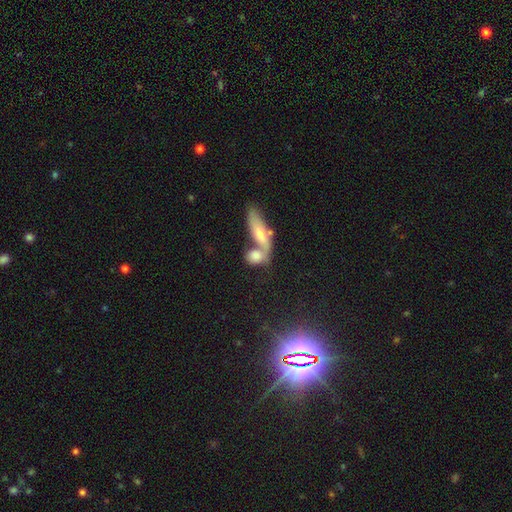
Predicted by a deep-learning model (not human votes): Smooth or featured?
  - smooth: 71% *
  - featured or disk: 21%
  - star or artifact: 8%
How rounded?
  - in between: 54% *
  - round: 28%
  - cigar-shaped: 19%
Merging?
  - merger: 52% *
  - none: 31%
  - minor disturbance: 10%
  - major disturbance: 7%